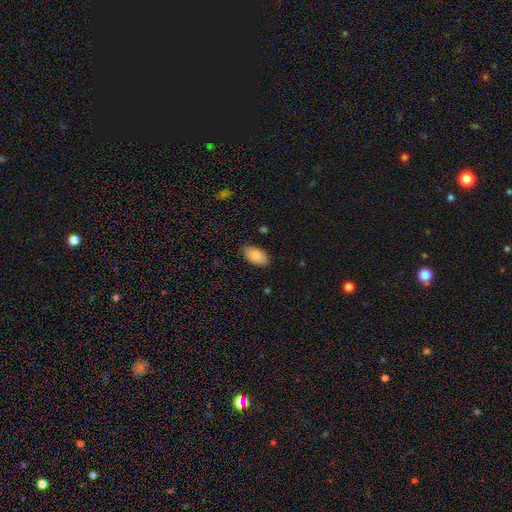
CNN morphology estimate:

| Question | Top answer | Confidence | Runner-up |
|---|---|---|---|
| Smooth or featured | smooth | 81% | featured or disk (13%) |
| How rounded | in between | 94% | round (4%) |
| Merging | none | 84% | minor disturbance (13%) |